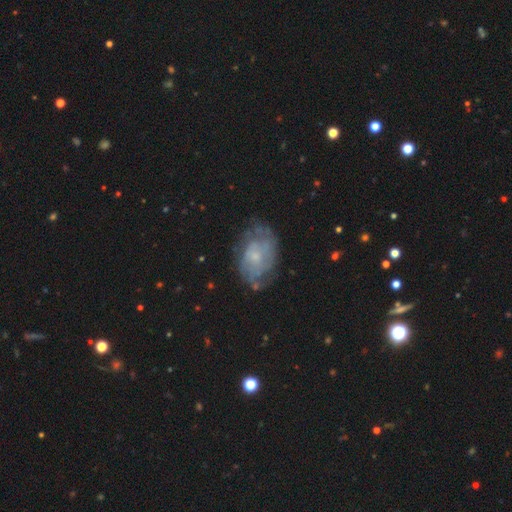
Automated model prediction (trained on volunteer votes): This is likely a featured or disk galaxy (69%). It is clearly not viewed edge-on (96%). Bar: likely no (73%). Spiral arm pattern: likely yes (76%). Spiral arm count: possibly can't tell (51%). Spiral winding: possibly tight (49%). Central bulge: likely small (66%). Merging: likely none (64%).